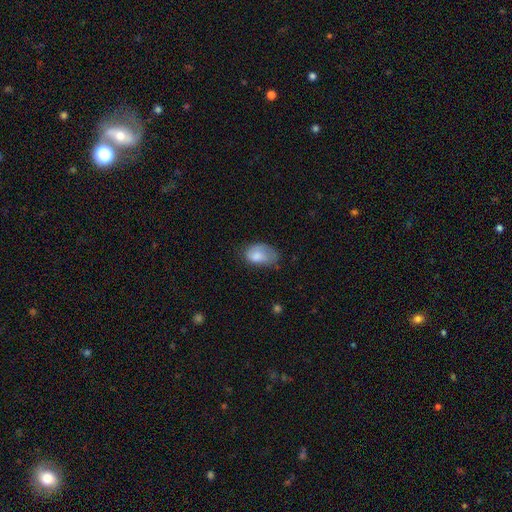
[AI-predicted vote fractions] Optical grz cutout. It shows a smooth galaxy with no disk features (74%) that is in between round and cigar-shaped (89%). Merging: none (43%).